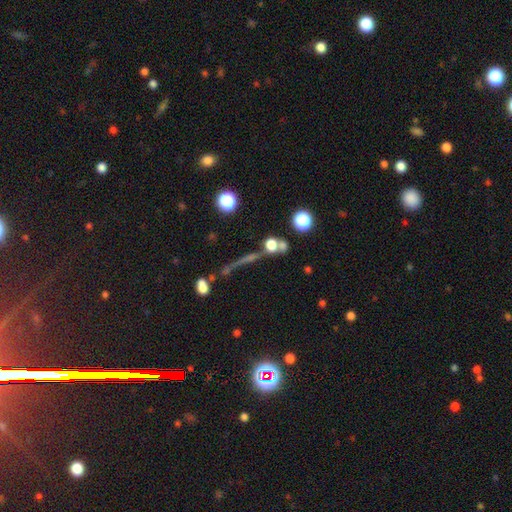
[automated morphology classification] A star or artifact, not a galaxy (70%).